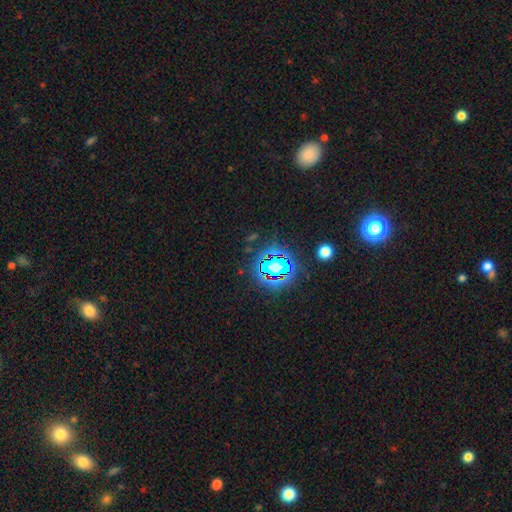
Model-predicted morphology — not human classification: A star or artifact, not a galaxy (78%).

Vote fractions:
- Smooth or featured? star or artifact: 78% / smooth: 13% / featured or disk: 8%